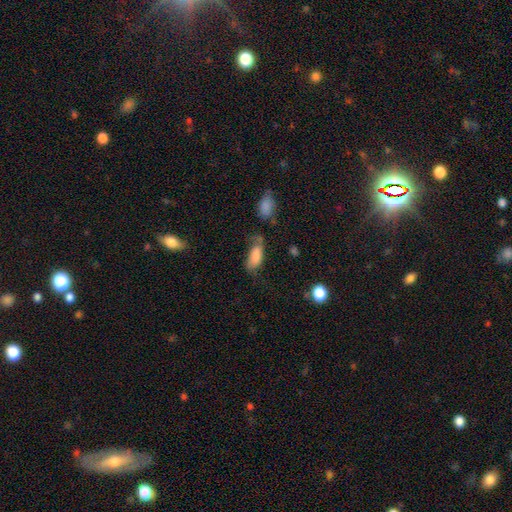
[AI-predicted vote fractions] A smooth galaxy with no disk features (76%) that is in between round and cigar-shaped (85%).

Vote fractions:
- Smooth or featured? smooth: 76% / featured or disk: 16% / star or artifact: 8%
- How rounded? in between: 85% / cigar-shaped: 12% / round: 3%
- Merging? none: 36% / minor disturbance: 28% / major disturbance: 24% / merger: 12%